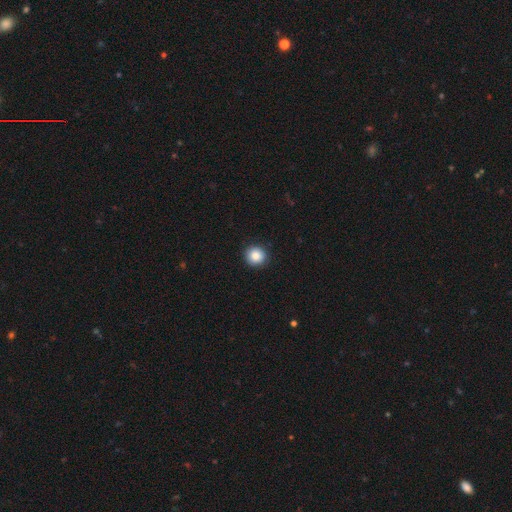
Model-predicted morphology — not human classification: Smooth or featured: smooth — 86% (star or artifact — 9%)
How rounded: round — 93% (in between — 6%)
Merging: none — 92% (minor disturbance — 6%)